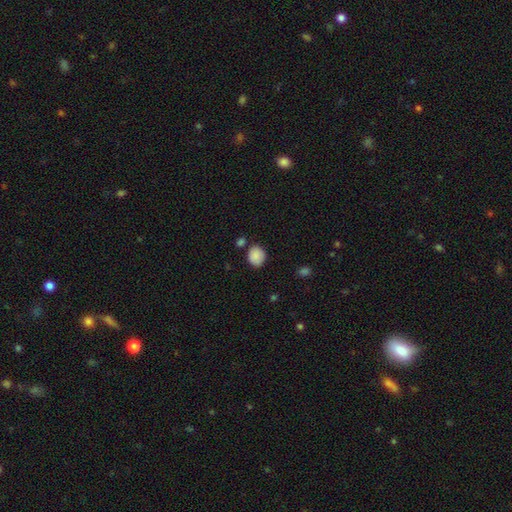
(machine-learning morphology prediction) type=smooth (88%); roundness=round (65%); merging=none (75%).